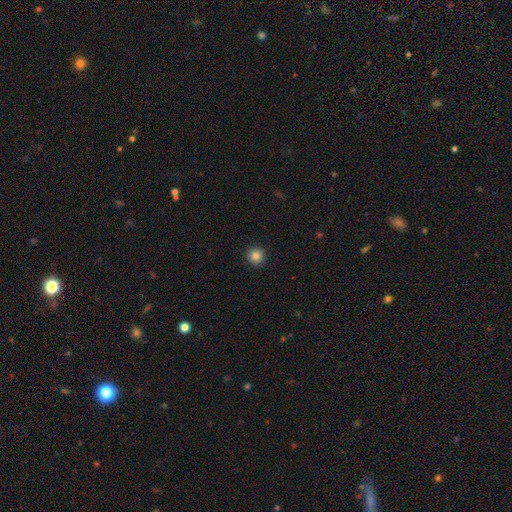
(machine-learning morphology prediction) A smooth galaxy with no disk features (85%) that is round (96%). Merging: none (93%).